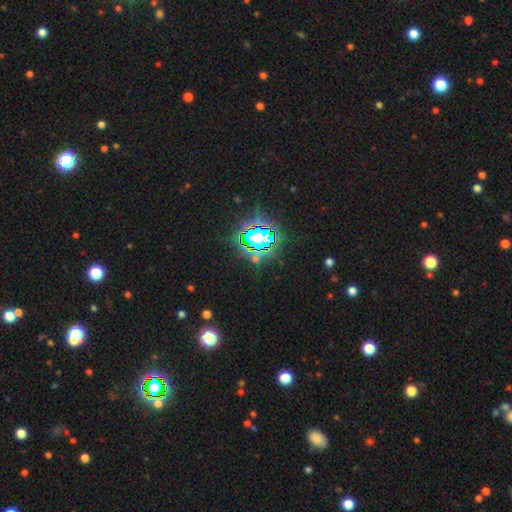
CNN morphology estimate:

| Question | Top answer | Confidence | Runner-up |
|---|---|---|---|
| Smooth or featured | star or artifact | 78% | smooth (14%) |